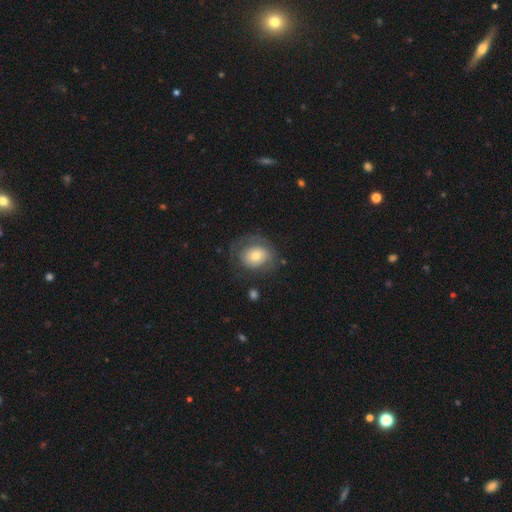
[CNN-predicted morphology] Smooth or featured? smooth (49%)
Merging? none (61%)